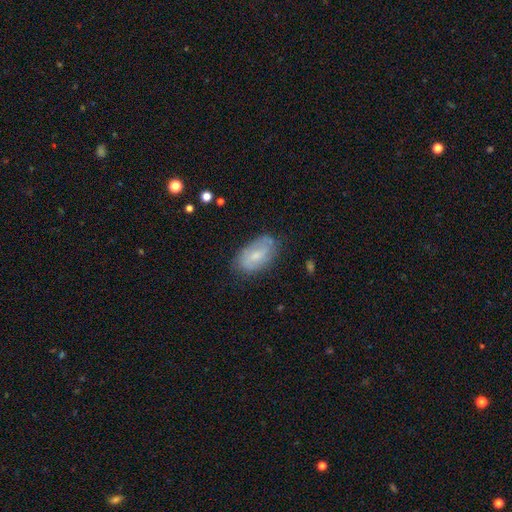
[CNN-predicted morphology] A smooth galaxy with no disk features (46%, tied with featured or disk). Merging: none (70%).